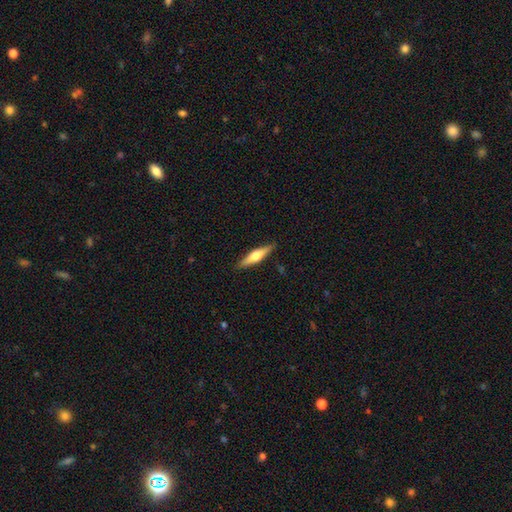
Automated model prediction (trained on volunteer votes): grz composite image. It shows a featured or disk galaxy (57%) viewed edge-on (96%) with a rounded central bulge (92%). Merging: none (90%).